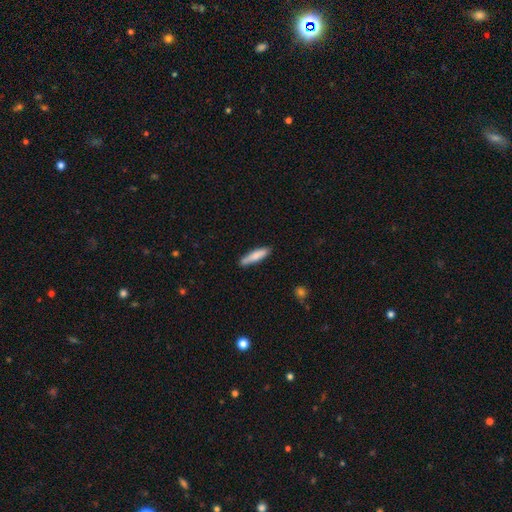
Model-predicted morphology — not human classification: Smooth or featured?
  - smooth: 81% *
  - featured or disk: 13%
  - star or artifact: 6%
How rounded?
  - cigar-shaped: 80% *
  - in between: 19%
  - round: 1%
Merging?
  - none: 82% *
  - minor disturbance: 14%
  - major disturbance: 2%
  - merger: 2%